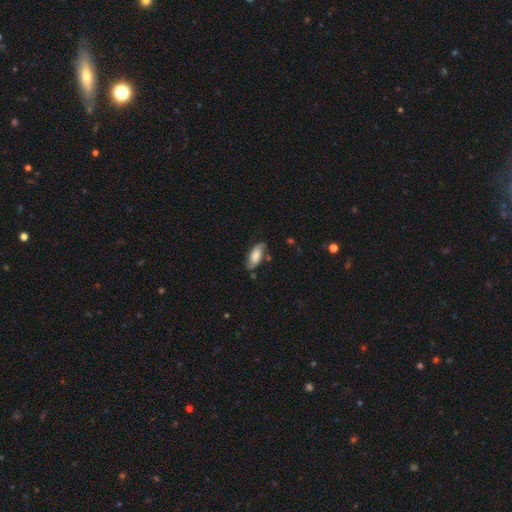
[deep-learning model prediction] The model was most divided on "smooth or featured": smooth: 49%, featured or disk: 44%, star or artifact: 7%. More confident: merging — none (72%).